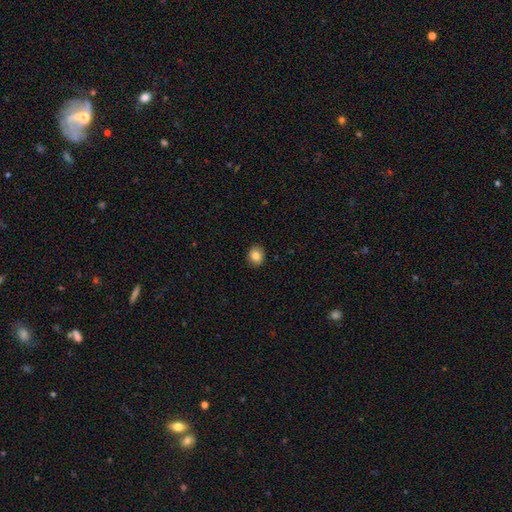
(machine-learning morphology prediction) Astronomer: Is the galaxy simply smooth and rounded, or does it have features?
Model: smooth — 83%.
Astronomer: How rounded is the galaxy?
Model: round — 71%.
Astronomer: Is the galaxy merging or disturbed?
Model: none — 90%.